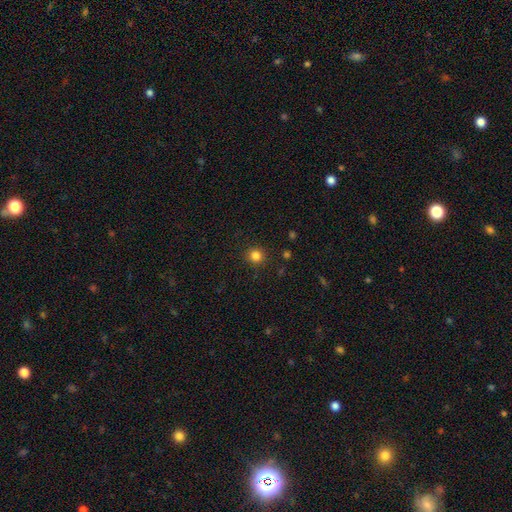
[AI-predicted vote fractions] Smooth or featured? Predicted: smooth (p=0.83). How rounded? Predicted: round (p=0.93). Merging? Predicted: none (p=0.91).